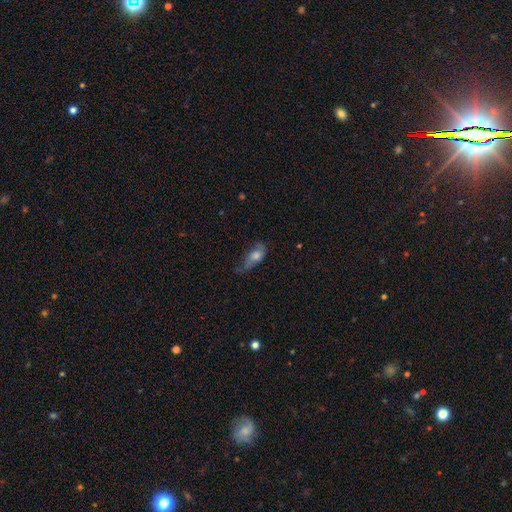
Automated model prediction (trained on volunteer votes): smooth-or-featured: smooth: 63% | featured or disk: 27% | star or artifact: 10%
  how-rounded: in between: 79% | cigar-shaped: 13% | round: 9%
  merging: minor disturbance: 35% | none: 34% | major disturbance: 27% | merger: 3%